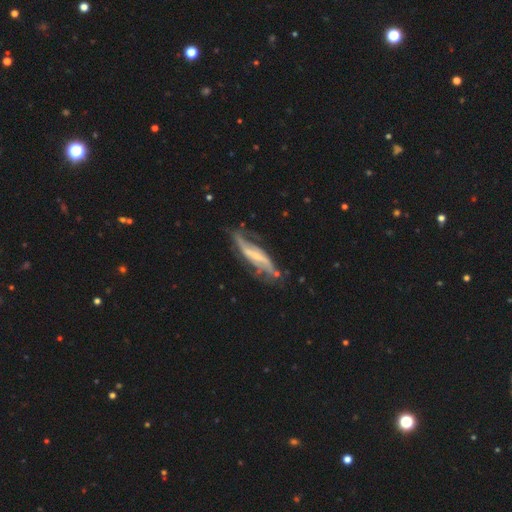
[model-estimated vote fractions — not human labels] Q: Smooth or featured?
A: featured or disk (83%); runner-up: smooth (11%)
Q: Edge-on disk?
A: no (78%); runner-up: yes (22%)
Q: Bar?
A: strong (41%); runner-up: weak (36%)
Q: Spiral arms?
A: yes (92%); runner-up: no (8%)
Q: Spiral winding?
A: loose (50%); runner-up: medium (34%)
Q: Spiral arm count?
A: 2 (80%); runner-up: can't tell (11%)
Q: Bulge size?
A: small (62%); runner-up: moderate (23%)
Q: Merging?
A: none (61%); runner-up: minor disturbance (22%)